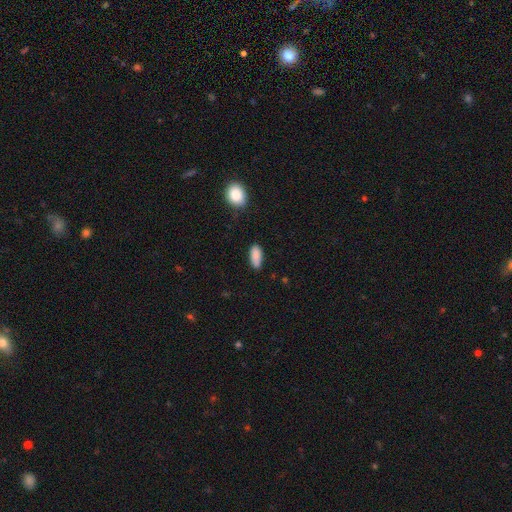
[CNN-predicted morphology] A smooth galaxy with no disk features (89%) that is in between round and cigar-shaped (84%).

Vote fractions:
- Smooth or featured? smooth: 89% / star or artifact: 7% / featured or disk: 4%
- How rounded? in between: 84% / cigar-shaped: 14% / round: 2%
- Merging? none: 81% / minor disturbance: 15% / major disturbance: 3% / merger: 2%